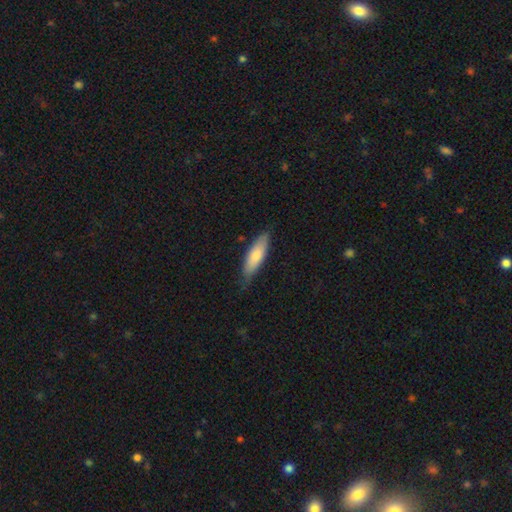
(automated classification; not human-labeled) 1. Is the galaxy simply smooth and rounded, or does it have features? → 77% smooth, 18% featured or disk, 5% star or artifact.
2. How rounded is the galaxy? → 50% in between, 48% cigar-shaped, 2% round.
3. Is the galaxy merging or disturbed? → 74% none, 21% minor disturbance, 3% major disturbance, 1% merger.